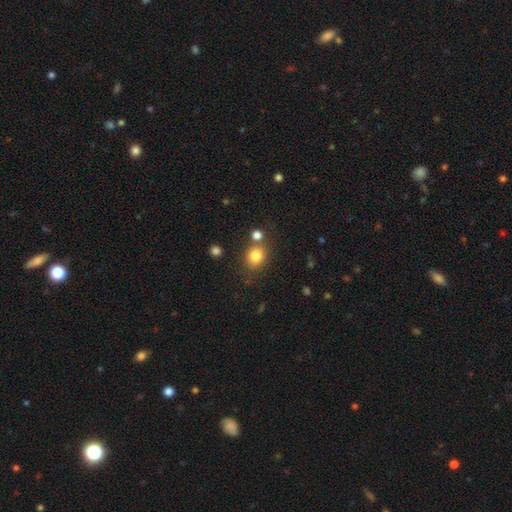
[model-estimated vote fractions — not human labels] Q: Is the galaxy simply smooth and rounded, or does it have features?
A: smooth — 82%.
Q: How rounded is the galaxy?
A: round — 70%.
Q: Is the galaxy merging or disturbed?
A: none — 70%.